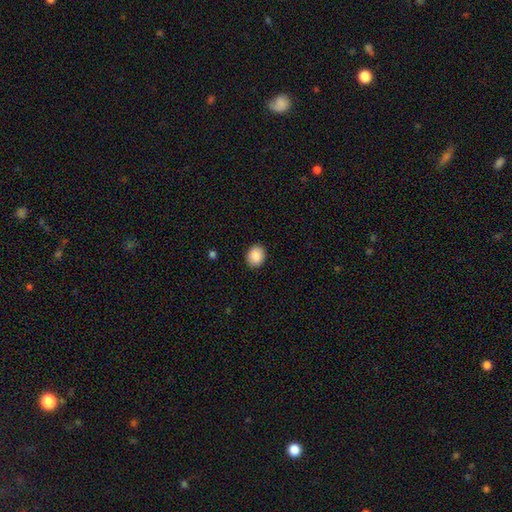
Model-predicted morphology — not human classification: Smooth or featured? Predicted: smooth (p=0.88). How rounded? Predicted: round (p=0.56). Merging? Predicted: none (p=0.90).